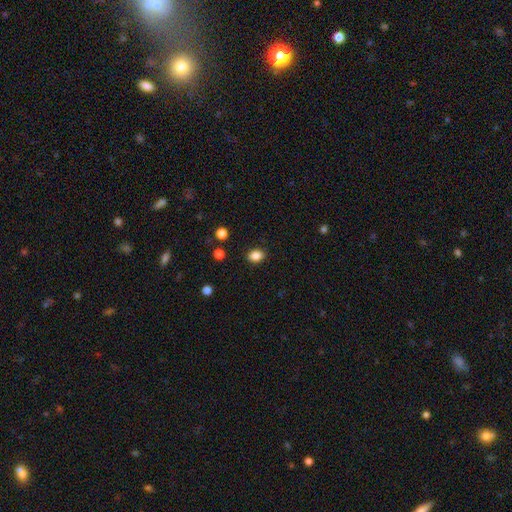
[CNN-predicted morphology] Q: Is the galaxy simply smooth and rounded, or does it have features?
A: smooth — 86%.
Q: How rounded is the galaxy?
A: in between — 63%.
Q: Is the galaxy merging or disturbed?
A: none — 88%.